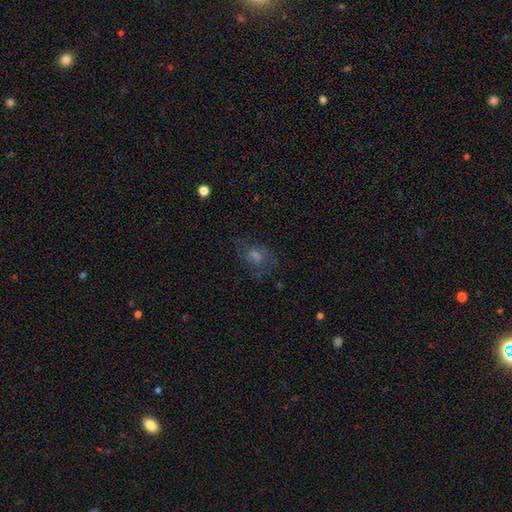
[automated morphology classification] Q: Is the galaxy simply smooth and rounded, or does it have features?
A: smooth — 52%.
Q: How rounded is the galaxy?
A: in between — 69%.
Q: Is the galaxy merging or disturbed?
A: none — 59%.